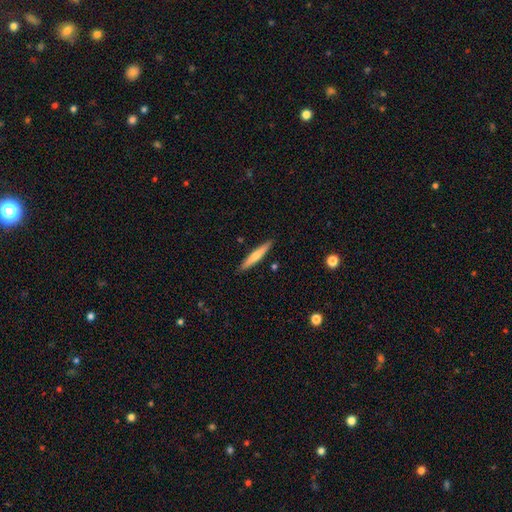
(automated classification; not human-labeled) smooth_or_featured: smooth (p=0.53) [alt: featured or disk p=0.41]
how_rounded: cigar-shaped (p=0.93) [alt: in between p=0.06]
merging: none (p=0.90) [alt: minor disturbance p=0.07]